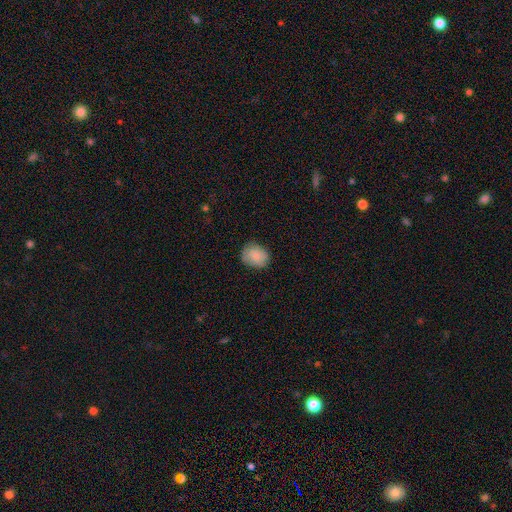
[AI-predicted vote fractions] Q: Smooth or featured?
A: smooth (85%); runner-up: featured or disk (8%)
Q: How rounded?
A: round (61%); runner-up: in between (38%)
Q: Merging?
A: none (79%); runner-up: minor disturbance (16%)